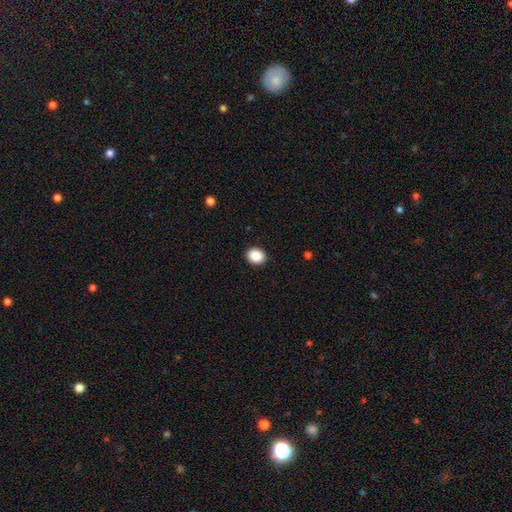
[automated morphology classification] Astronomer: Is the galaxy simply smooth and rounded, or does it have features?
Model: smooth — 89%.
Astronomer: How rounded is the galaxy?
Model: round — 54% (runner-up: in between, 45%).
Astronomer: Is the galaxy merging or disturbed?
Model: none — 91%.